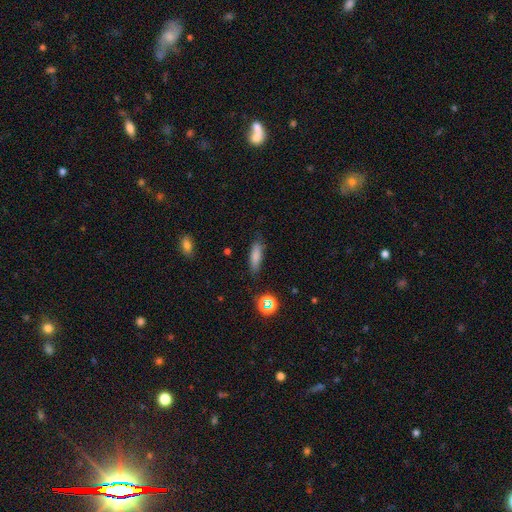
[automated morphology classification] smooth-or-featured: smooth: 78% | star or artifact: 11% | featured or disk: 11%
  how-rounded: cigar-shaped: 50% | in between: 47% | round: 3%
  merging: none: 78% | minor disturbance: 16% | major disturbance: 4% | merger: 2%